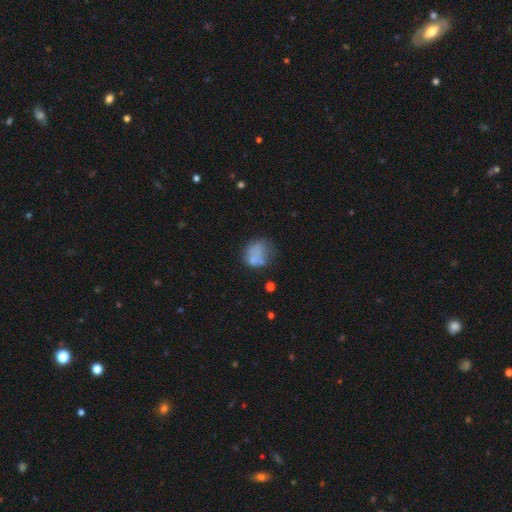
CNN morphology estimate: This appears to be a smooth galaxy with no disk features (62%) that is round (60%). Merging: none (43%).